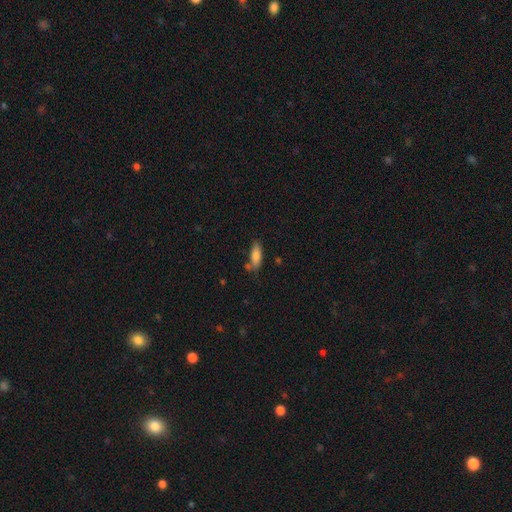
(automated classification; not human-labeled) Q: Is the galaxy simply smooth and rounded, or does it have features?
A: smooth — 82%.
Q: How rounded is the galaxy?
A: in between — 68%.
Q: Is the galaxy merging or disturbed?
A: none — 62%.